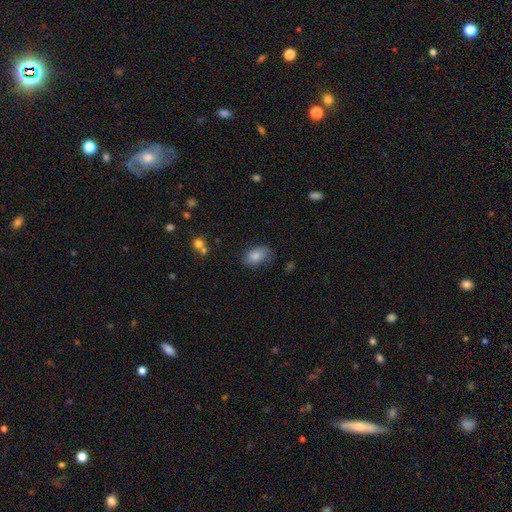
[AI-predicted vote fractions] Smooth or featured? Predicted: smooth (p=0.81). How rounded? Predicted: in between (p=0.86). Merging? Predicted: none (p=0.64).